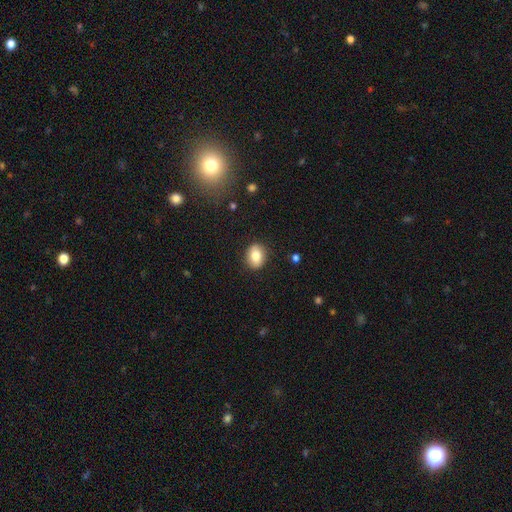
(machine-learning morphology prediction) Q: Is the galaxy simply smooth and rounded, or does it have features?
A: smooth — 81%.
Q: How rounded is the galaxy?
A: in between — 57%.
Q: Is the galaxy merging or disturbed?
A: none — 87%.